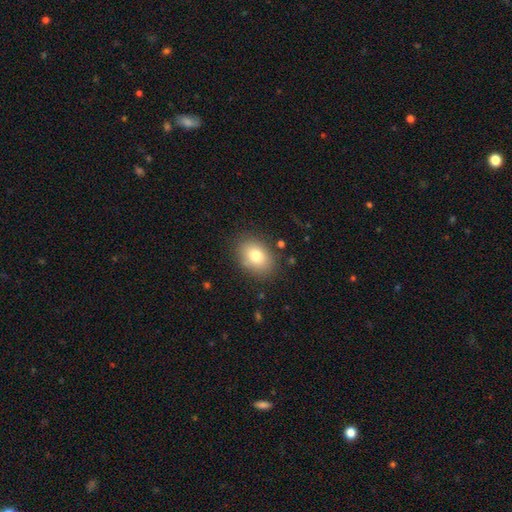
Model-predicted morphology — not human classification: A smooth galaxy with no disk features (78%) that is in between round and cigar-shaped (71%).

Vote fractions:
- Smooth or featured? smooth: 78% / featured or disk: 13% / star or artifact: 9%
- How rounded? in between: 71% / round: 28% / cigar-shaped: 1%
- Merging? none: 83% / minor disturbance: 11% / major disturbance: 4% / merger: 2%